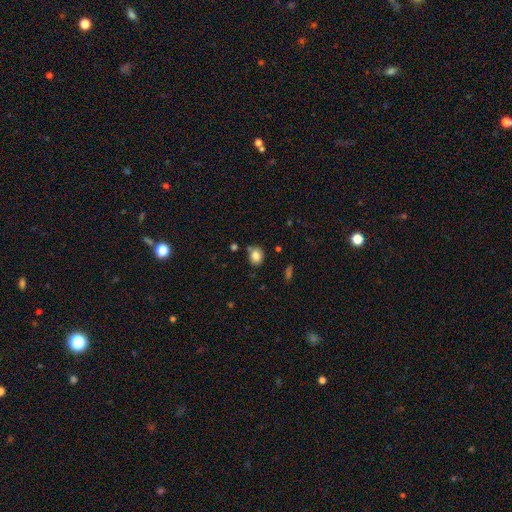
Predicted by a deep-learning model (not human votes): Smooth or featured?
  - smooth: 82% *
  - star or artifact: 10%
  - featured or disk: 8%
How rounded?
  - round: 63% *
  - in between: 36%
  - cigar-shaped: 1%
Merging?
  - none: 70% *
  - minor disturbance: 18%
  - merger: 8%
  - major disturbance: 4%